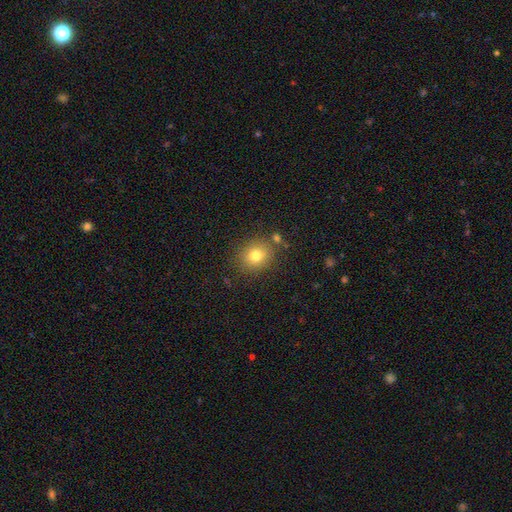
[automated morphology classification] This is likely a smooth galaxy (78%). How rounded: likely round (75%). Merging: clearly none (81%).